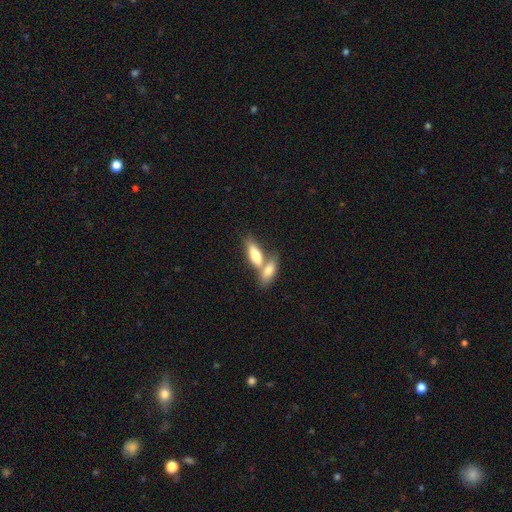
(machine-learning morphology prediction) This appears to be a smooth galaxy with no disk features (75%) that is in between round and cigar-shaped (72%). Merging: merger (62%).